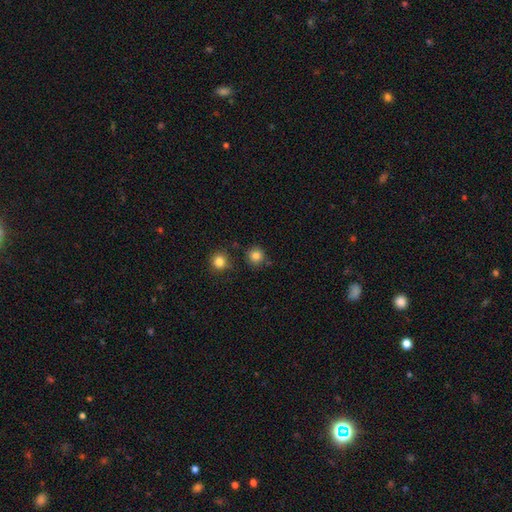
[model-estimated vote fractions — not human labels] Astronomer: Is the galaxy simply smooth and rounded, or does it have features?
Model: smooth — 83%.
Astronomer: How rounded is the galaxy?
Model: round — 93%.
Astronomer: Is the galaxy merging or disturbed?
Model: none — 83%.